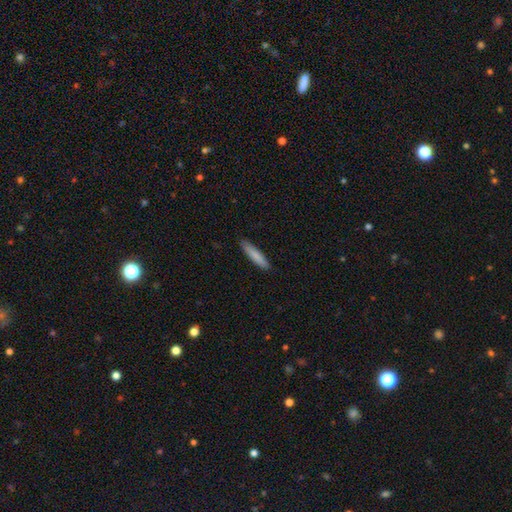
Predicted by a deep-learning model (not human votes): Smooth or featured: smooth — 83% (featured or disk — 11%)
How rounded: cigar-shaped — 86% (in between — 13%)
Merging: none — 88% (minor disturbance — 9%)